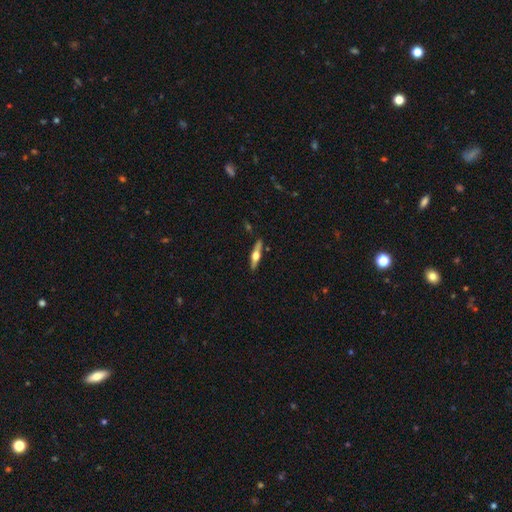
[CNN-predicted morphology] A featured or disk galaxy (64%) viewed edge-on (96%) with a rounded central bulge (94%).

Vote fractions:
- Smooth or featured? featured or disk: 64% / smooth: 30% / star or artifact: 6%
- Edge-on disk? yes: 96% / no: 4%
- Edge-on bulge? rounded: 94% / boxy: 5% / none: 2%
- Merging? none: 88% / minor disturbance: 8% / major disturbance: 2% / merger: 2%